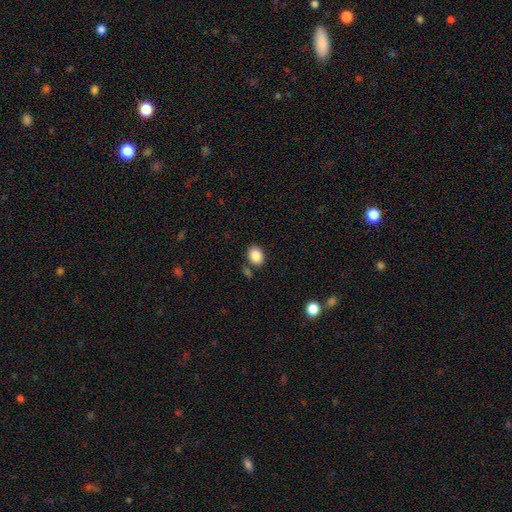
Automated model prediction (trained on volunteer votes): Morphology: type=smooth (87%); roundness=in between (62%); merging=none (76%).